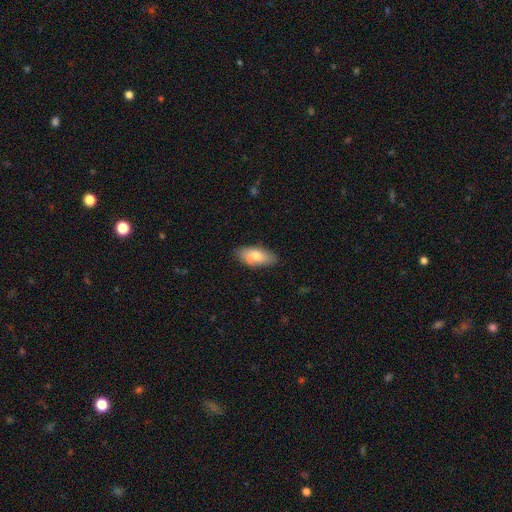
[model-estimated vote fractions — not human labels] Smooth or featured? Predicted: smooth (p=0.72). How rounded? Predicted: in between (p=0.89). Merging? Predicted: none (p=0.79).